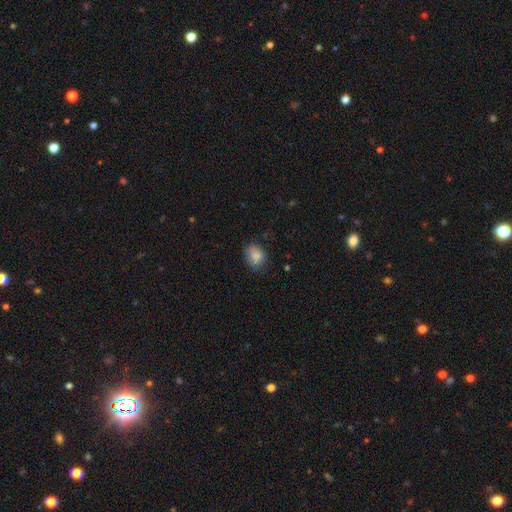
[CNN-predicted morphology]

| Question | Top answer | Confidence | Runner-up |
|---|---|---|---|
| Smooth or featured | smooth | 87% | star or artifact (8%) |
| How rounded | in between | 56% | round (44%) |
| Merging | none | 76% | minor disturbance (19%) |